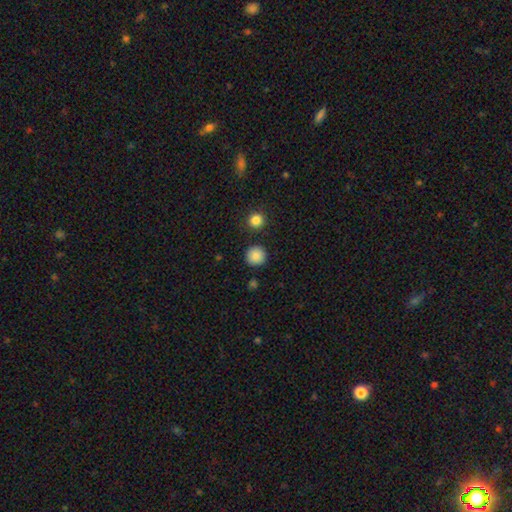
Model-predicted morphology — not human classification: Q: Smooth or featured?
A: smooth (87%); runner-up: star or artifact (9%)
Q: How rounded?
A: round (95%); runner-up: in between (4%)
Q: Merging?
A: none (89%); runner-up: minor disturbance (6%)